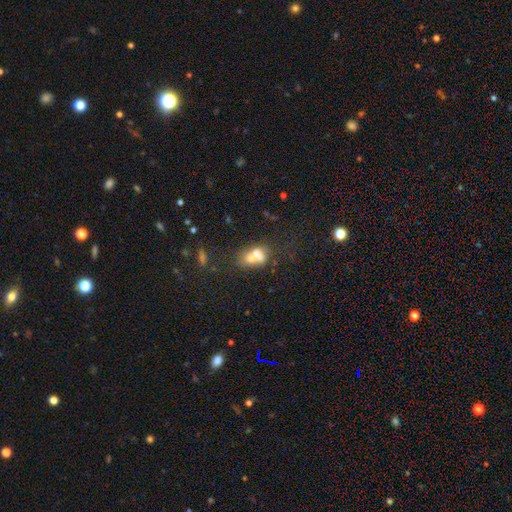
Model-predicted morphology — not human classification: Smooth or featured? smooth (60%)
How rounded? in between (70%)
Merging? merger (59%)